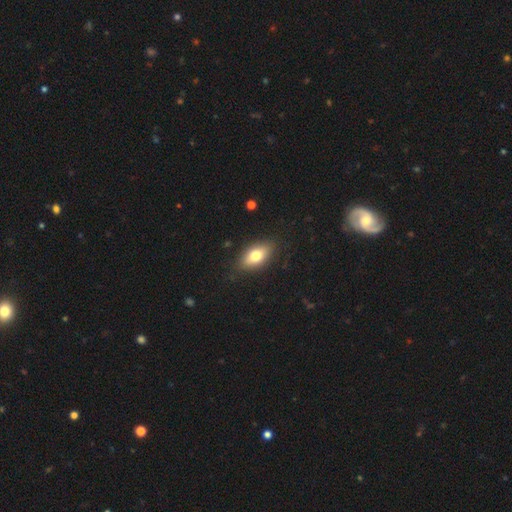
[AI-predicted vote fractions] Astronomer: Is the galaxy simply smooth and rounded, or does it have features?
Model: smooth — 75%.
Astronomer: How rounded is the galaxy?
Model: in between — 87%.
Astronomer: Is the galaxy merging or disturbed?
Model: none — 84%.